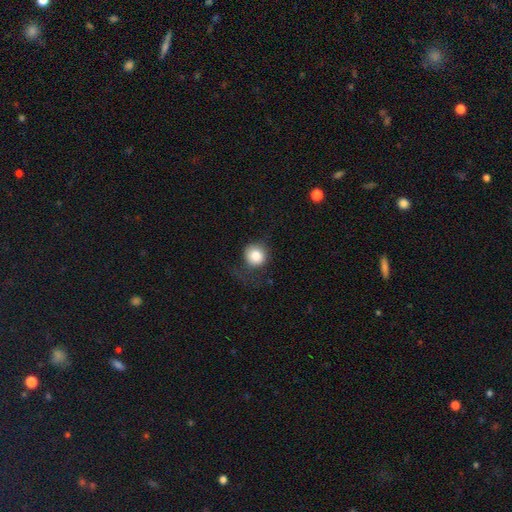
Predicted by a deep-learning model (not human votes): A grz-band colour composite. It shows a smooth galaxy with no disk features (81%) that is round (89%). Merging: none (60%).